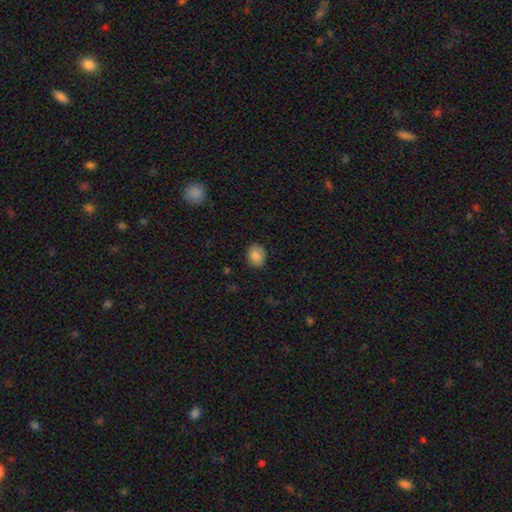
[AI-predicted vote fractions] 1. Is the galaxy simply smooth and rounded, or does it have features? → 85% smooth, 8% star or artifact, 6% featured or disk.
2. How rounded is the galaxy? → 53% round, 46% in between, 1% cigar-shaped.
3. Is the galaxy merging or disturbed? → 86% none, 10% minor disturbance, 2% major disturbance, 1% merger.